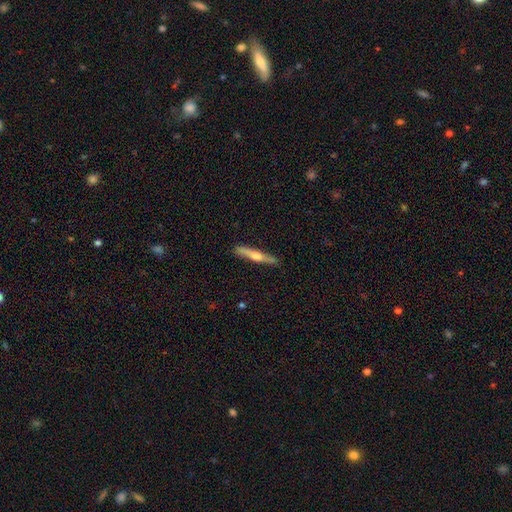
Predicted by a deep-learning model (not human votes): A featured or disk galaxy (58%) viewed edge-on (96%) with a rounded central bulge (88%). Merging: none (87%).